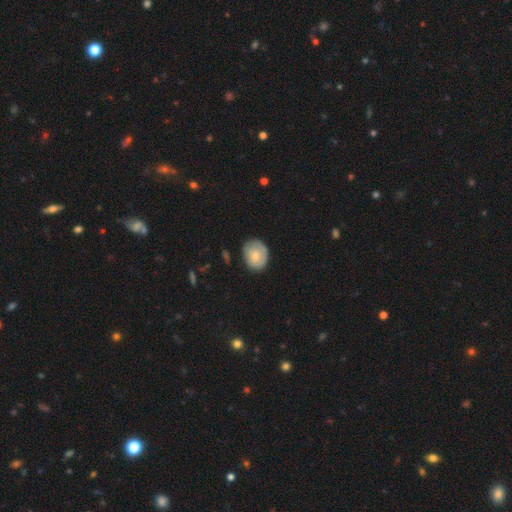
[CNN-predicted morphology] A smooth galaxy with no disk features (71%) that is round (51%).

Vote fractions:
- Smooth or featured? smooth: 71% / featured or disk: 23% / star or artifact: 6%
- How rounded? round: 51% / in between: 48% / cigar-shaped: 1%
- Merging? none: 73% / minor disturbance: 21% / major disturbance: 5% / merger: 2%